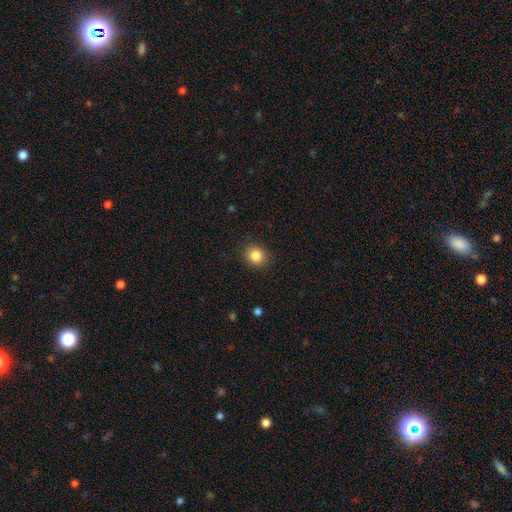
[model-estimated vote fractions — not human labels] smooth 85%, star or artifact 10%, featured or disk 5%. Down the decision tree: how rounded — round (77%); merging — none (88%).